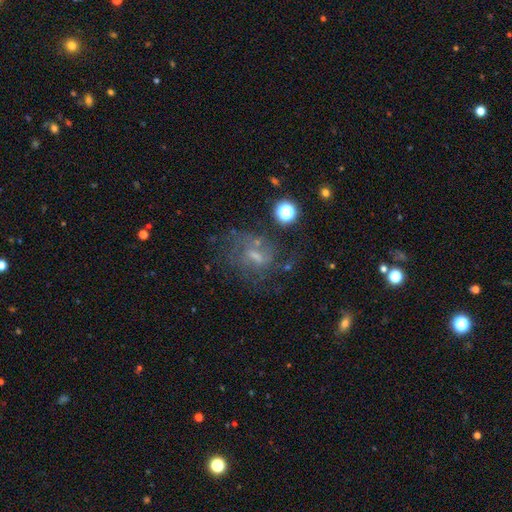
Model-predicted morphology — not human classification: featured or disk 56%, smooth 25%, star or artifact 19%. Down the decision tree: edge-on disk — no (95%); bar — weak (46%); spiral arms — yes (56%); bulge size — small (40%); merging — none (47%).